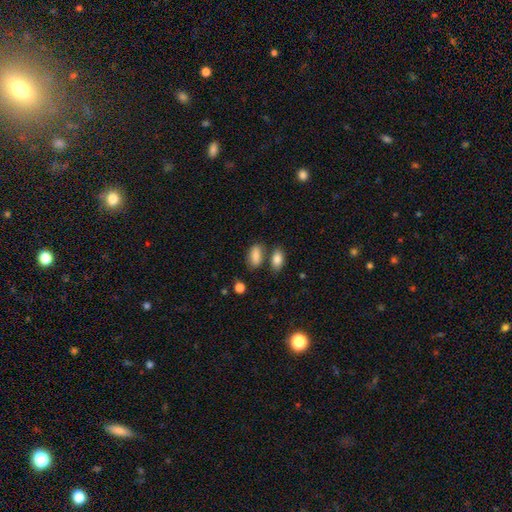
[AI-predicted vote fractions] A smooth galaxy with no disk features (83%) that is in between round and cigar-shaped (87%). Merging: none (61%).